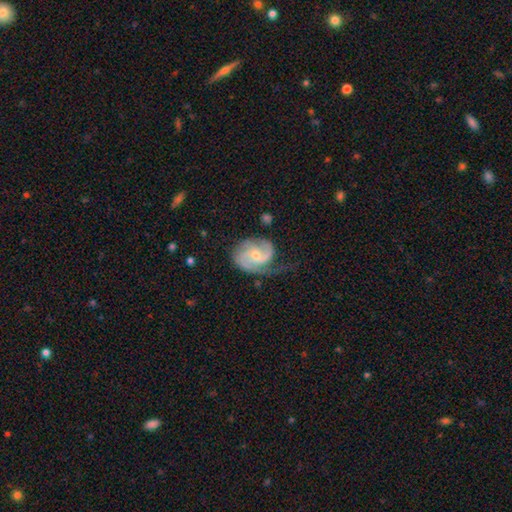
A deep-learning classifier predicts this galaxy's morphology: A featured or disk galaxy (86%) with no bar (58%), 2 (58%) medium (49%) spiral arms (97%) and a small central bulge (61%). Merging: none (50%).